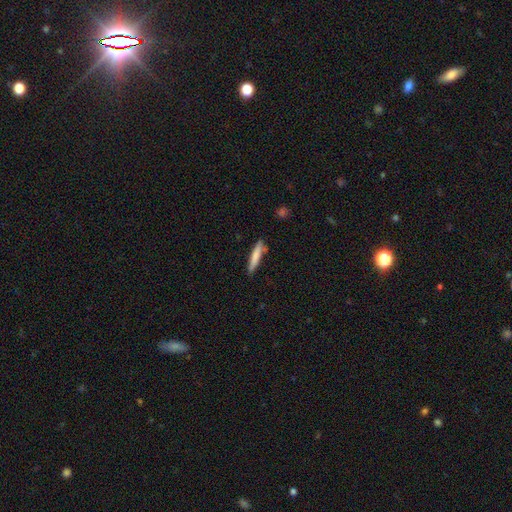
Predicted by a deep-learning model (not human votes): Smooth or featured: smooth — 74% (featured or disk — 20%)
How rounded: cigar-shaped — 92% (in between — 7%)
Merging: none — 79% (minor disturbance — 15%)